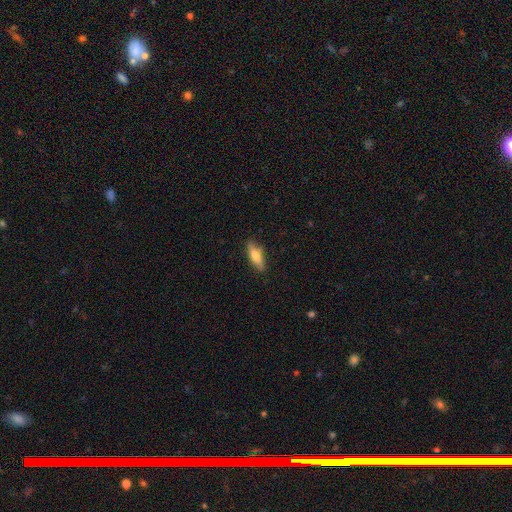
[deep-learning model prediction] Overall: smooth (65%; featured or disk 29%). How rounded: in between (49%, tied with cigar-shaped). Merging: none (85%).